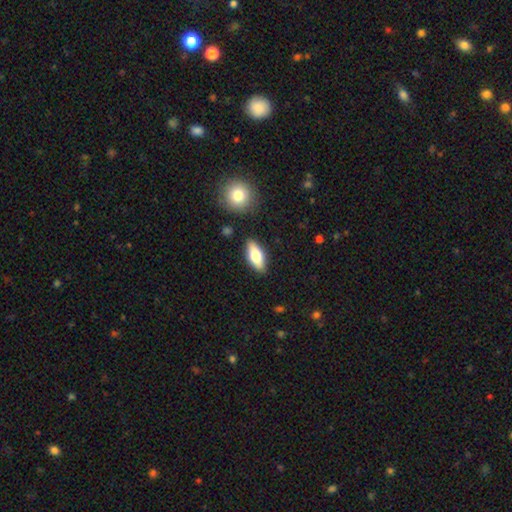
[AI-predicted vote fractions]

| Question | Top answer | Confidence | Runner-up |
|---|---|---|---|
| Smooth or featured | smooth | 65% | featured or disk (28%) |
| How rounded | in between | 77% | cigar-shaped (20%) |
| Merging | none | 86% | minor disturbance (10%) |